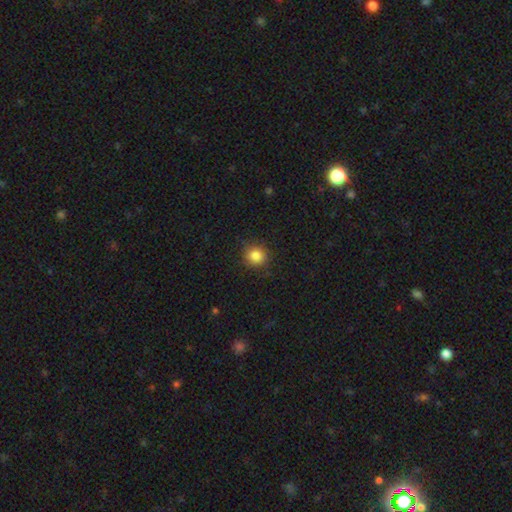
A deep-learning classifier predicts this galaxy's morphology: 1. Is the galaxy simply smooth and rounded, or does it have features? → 84% smooth, 11% star or artifact, 5% featured or disk.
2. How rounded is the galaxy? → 89% round, 10% in between, 1% cigar-shaped.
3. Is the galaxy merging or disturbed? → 87% none, 10% minor disturbance, 3% major disturbance, 1% merger.